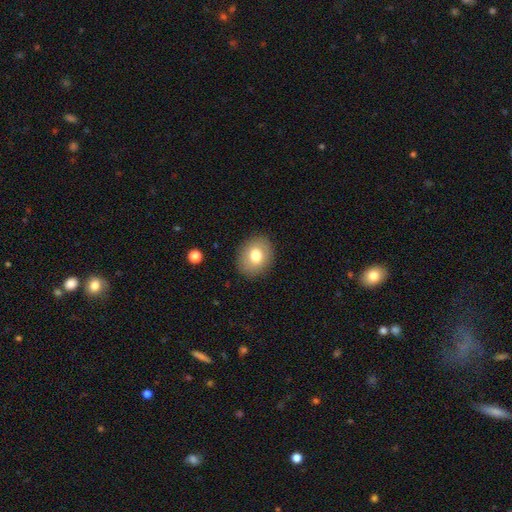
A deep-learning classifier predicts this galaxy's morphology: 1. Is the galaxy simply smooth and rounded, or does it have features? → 77% smooth, 14% featured or disk, 9% star or artifact.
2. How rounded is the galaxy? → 54% round, 46% in between, 1% cigar-shaped.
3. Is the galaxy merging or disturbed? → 88% none, 8% minor disturbance, 3% major disturbance, 1% merger.